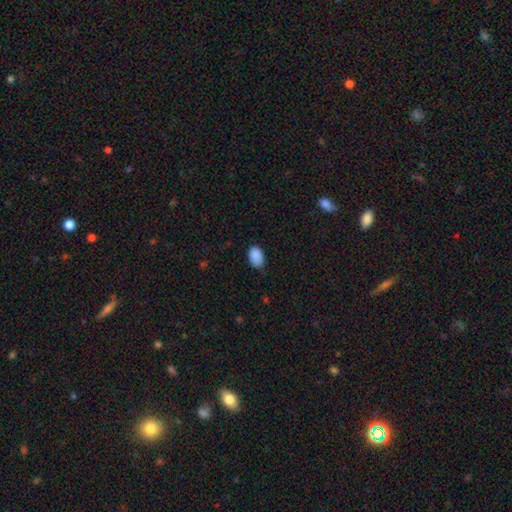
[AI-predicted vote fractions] A smooth galaxy with no disk features (89%) that is in between round and cigar-shaped (87%).

Vote fractions:
- Smooth or featured? smooth: 89% / star or artifact: 8% / featured or disk: 3%
- How rounded? in between: 87% / round: 12% / cigar-shaped: 1%
- Merging? none: 77% / minor disturbance: 19% / major disturbance: 3% / merger: 1%